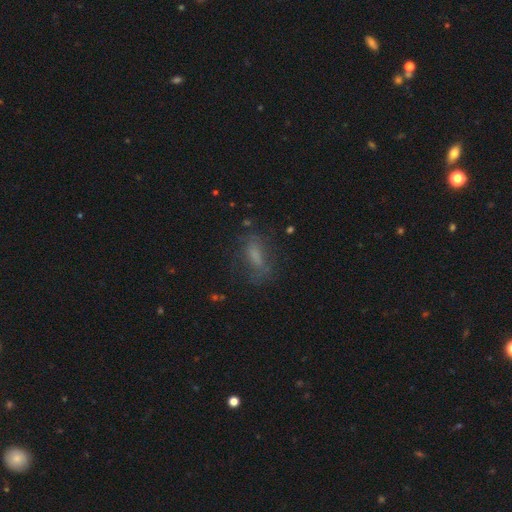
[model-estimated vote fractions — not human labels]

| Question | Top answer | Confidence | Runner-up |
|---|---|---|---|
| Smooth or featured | smooth | 59% | featured or disk (26%) |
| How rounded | in between | 66% | cigar-shaped (29%) |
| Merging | none | 64% | minor disturbance (20%) |